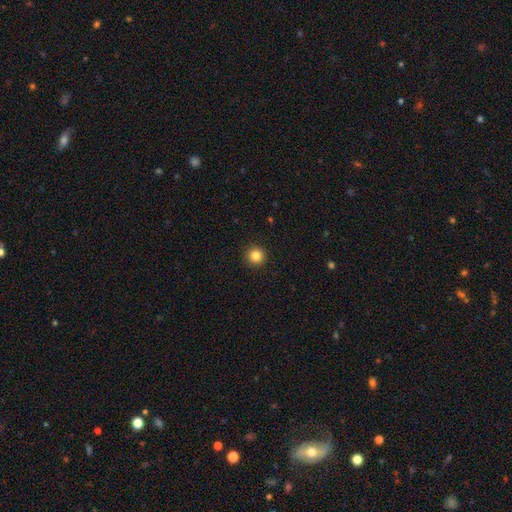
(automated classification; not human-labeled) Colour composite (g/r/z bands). It shows a smooth galaxy with no disk features (84%) that is round (95%). Merging: none (93%).